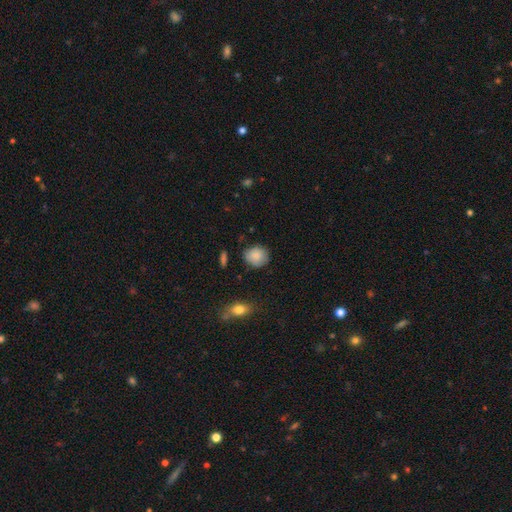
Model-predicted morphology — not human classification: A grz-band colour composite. It shows a smooth galaxy with no disk features (86%) that is round (79%). Merging: none (77%).